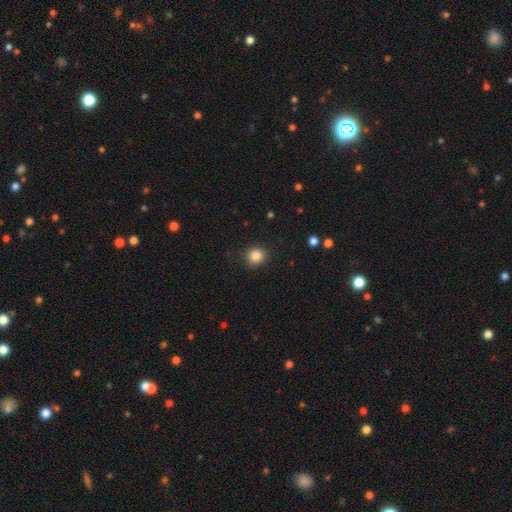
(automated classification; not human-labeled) The model was most divided on "how rounded": round: 85%, in between: 14%, cigar-shaped: 1%. More confident: merging — none (88%); smooth or featured — smooth (85%).